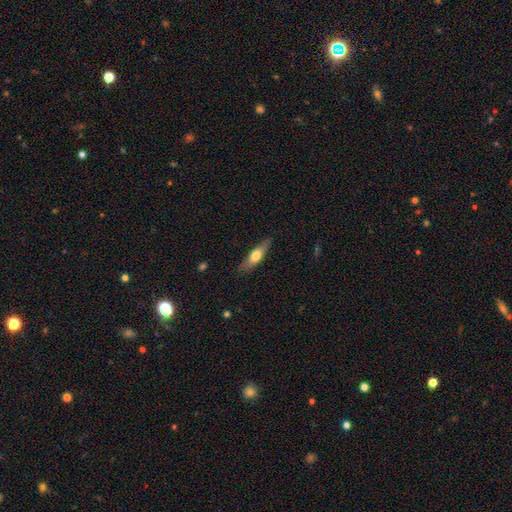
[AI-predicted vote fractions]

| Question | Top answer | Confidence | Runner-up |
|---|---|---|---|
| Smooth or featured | smooth | 56% | featured or disk (38%) |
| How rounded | cigar-shaped | 66% | in between (32%) |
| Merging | none | 83% | minor disturbance (13%) |